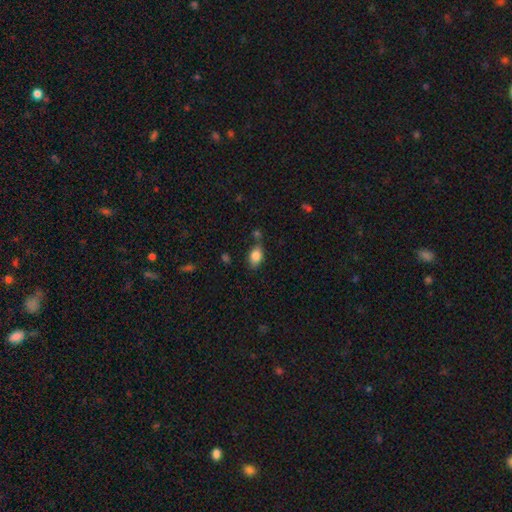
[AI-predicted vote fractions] smooth 84%, featured or disk 8%, star or artifact 8%. Down the decision tree: how rounded — in between (87%); merging — none (69%).